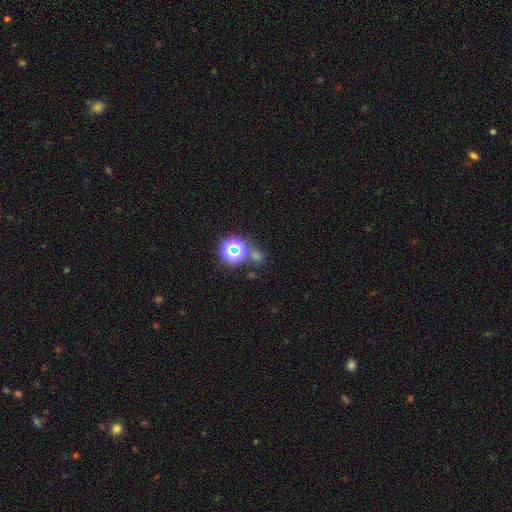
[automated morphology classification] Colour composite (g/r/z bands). It shows a star or artifact, not a galaxy (58%).